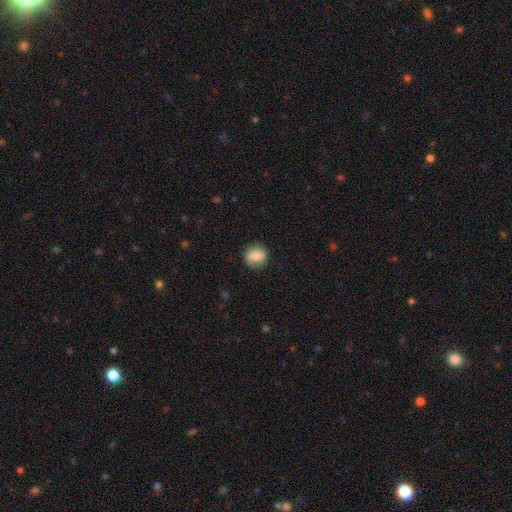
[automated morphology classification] Smooth or featured? Predicted: smooth (p=0.71). How rounded? Predicted: round (p=0.83). Merging? Predicted: none (p=0.81).